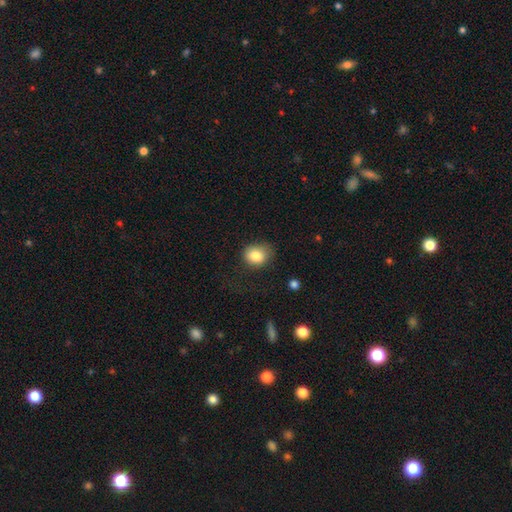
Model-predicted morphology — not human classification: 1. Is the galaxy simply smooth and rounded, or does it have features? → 85% smooth, 9% star or artifact, 6% featured or disk.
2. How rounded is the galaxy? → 54% round, 45% in between, 1% cigar-shaped.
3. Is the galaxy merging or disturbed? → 61% none, 26% minor disturbance, 11% major disturbance, 2% merger.